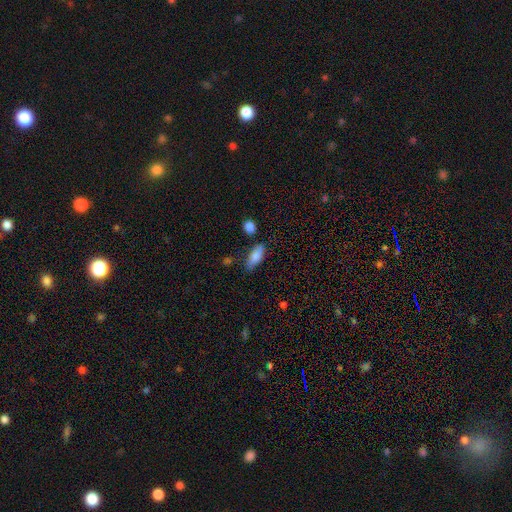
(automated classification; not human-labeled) smooth 81%, featured or disk 12%, star or artifact 7%. Down the decision tree: how rounded — in between (76%); merging — none (72%).